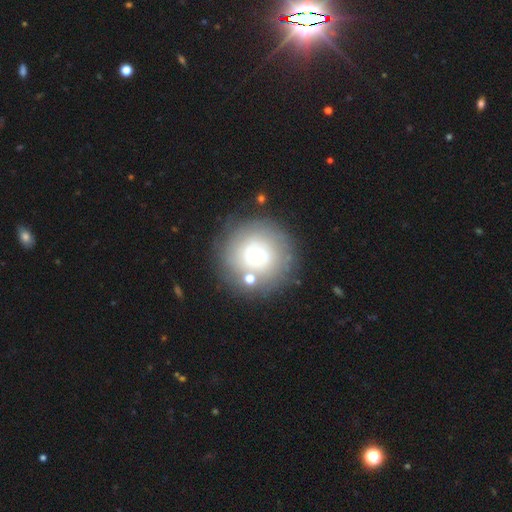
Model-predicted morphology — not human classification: Smooth or featured?
  - featured or disk: 47% *
  - smooth: 43%
  - star or artifact: 10%
Merging?
  - none: 77% *
  - minor disturbance: 12%
  - major disturbance: 6%
  - merger: 5%